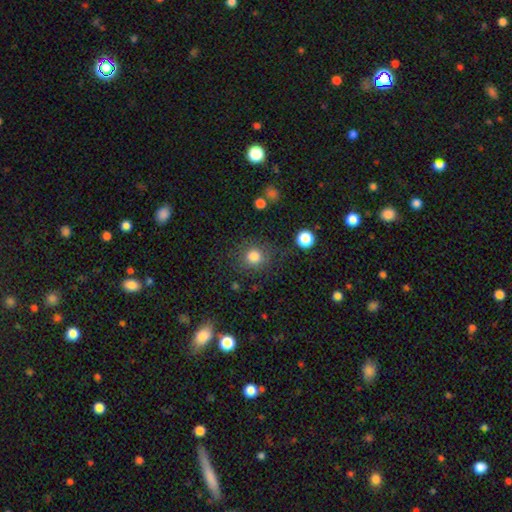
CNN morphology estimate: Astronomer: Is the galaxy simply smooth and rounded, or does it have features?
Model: smooth — 82%.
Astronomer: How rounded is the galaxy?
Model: round — 89%.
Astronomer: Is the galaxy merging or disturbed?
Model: none — 79%.